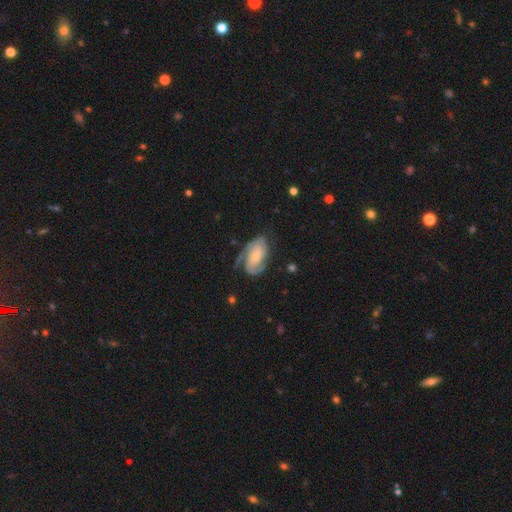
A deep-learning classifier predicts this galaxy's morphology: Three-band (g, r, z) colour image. It shows a featured or disk galaxy (80%) with no bar (62%), 2 (65%) tight (46%) spiral arms (95%) and a small central bulge (56%). Merging: none (61%).